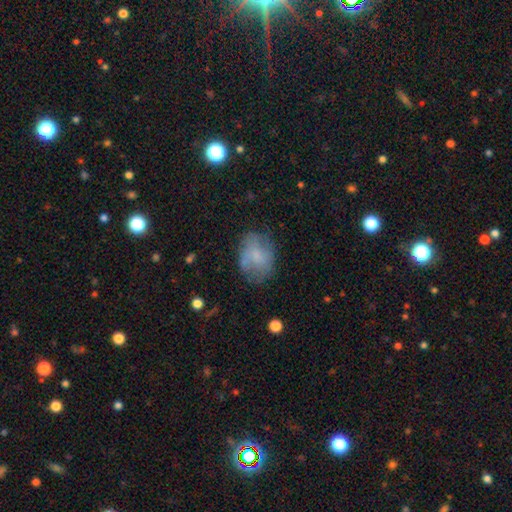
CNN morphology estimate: type=smooth (61%); roundness=in between (67%); merging=none (60%).